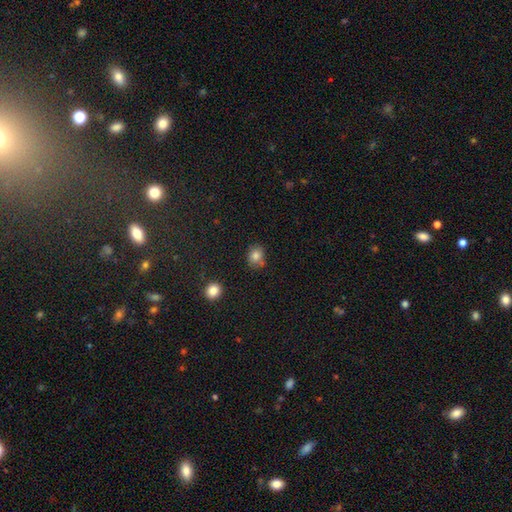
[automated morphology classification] This appears to be a smooth galaxy with no disk features (82%) that is round (65%). Merging: none (72%).